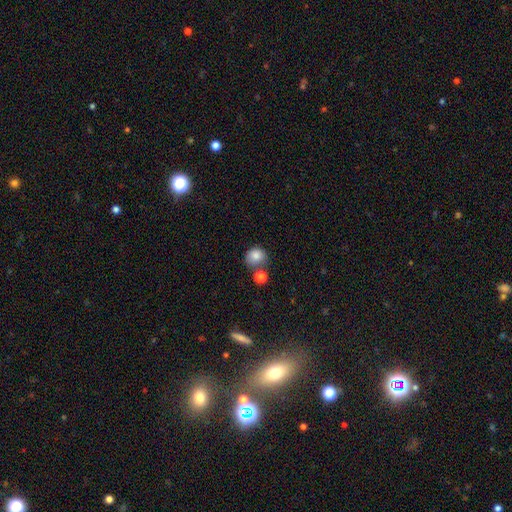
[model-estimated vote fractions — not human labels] Q: Smooth or featured?
A: smooth (82%); runner-up: star or artifact (10%)
Q: How rounded?
A: round (80%); runner-up: in between (19%)
Q: Merging?
A: none (55%); runner-up: merger (20%)